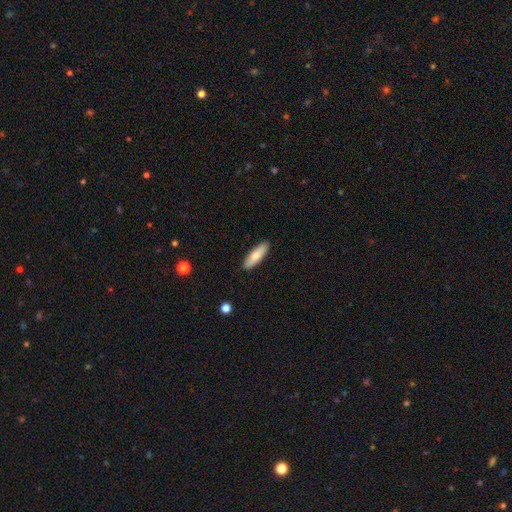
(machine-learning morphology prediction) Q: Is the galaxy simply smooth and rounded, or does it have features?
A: smooth — 76%.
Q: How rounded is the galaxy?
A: cigar-shaped — 52%.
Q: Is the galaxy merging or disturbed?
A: none — 89%.